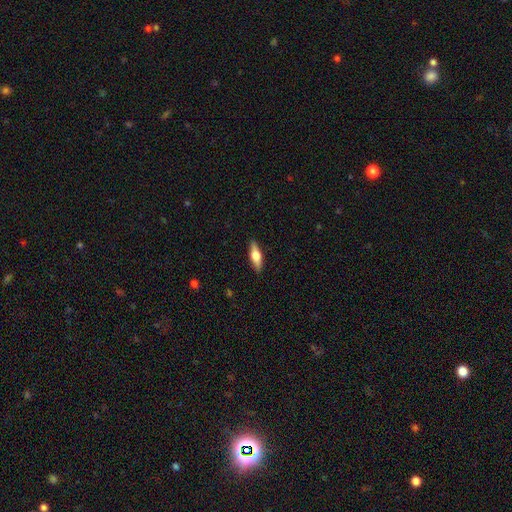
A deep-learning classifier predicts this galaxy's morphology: Smooth or featured? smooth (52%)
How rounded? cigar-shaped (53%)
Merging? none (89%)